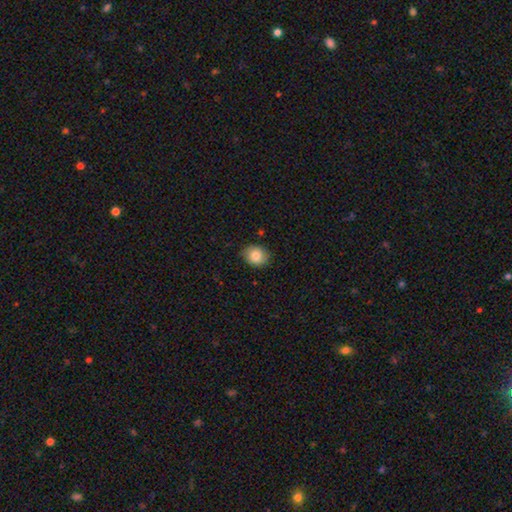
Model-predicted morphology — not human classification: A smooth galaxy with no disk features (84%) that is round (60%).

Vote fractions:
- Smooth or featured? smooth: 84% / star or artifact: 9% / featured or disk: 8%
- How rounded? round: 60% / in between: 39% / cigar-shaped: 1%
- Merging? none: 86% / minor disturbance: 10% / major disturbance: 2% / merger: 1%